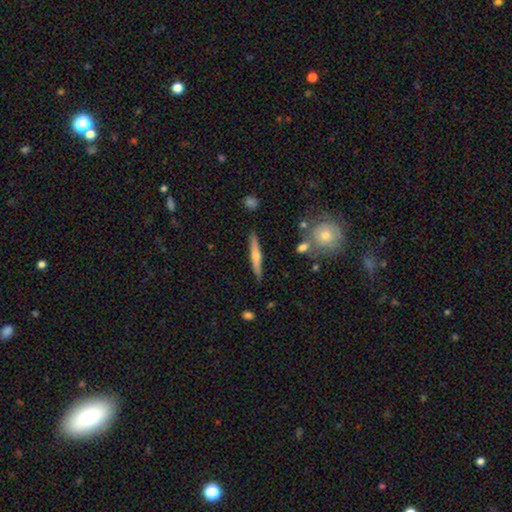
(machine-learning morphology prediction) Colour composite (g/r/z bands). It shows a featured or disk galaxy (61%) viewed edge-on (96%) with a rounded central bulge (85%). Merging: none (88%).